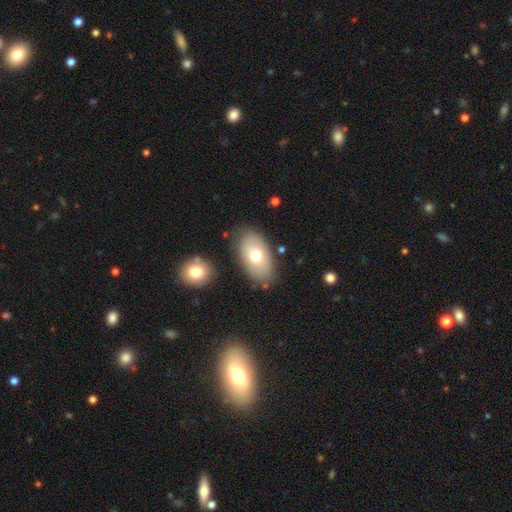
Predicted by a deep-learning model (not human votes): Morphology: type=smooth (69%); roundness=in between (93%); merging=none (78%).